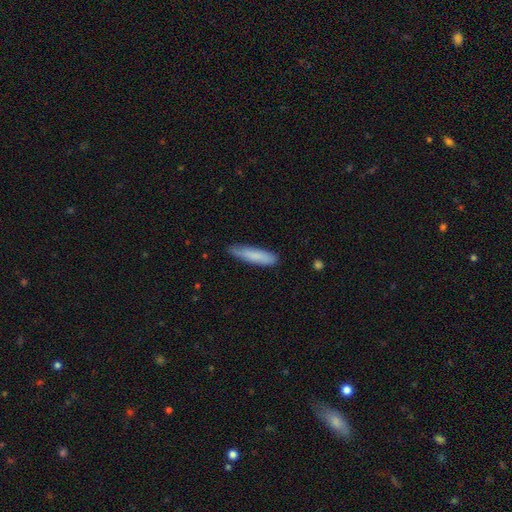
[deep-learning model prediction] smooth 81%, featured or disk 14%, star or artifact 6%. Down the decision tree: how rounded — cigar-shaped (80%); merging — none (76%).